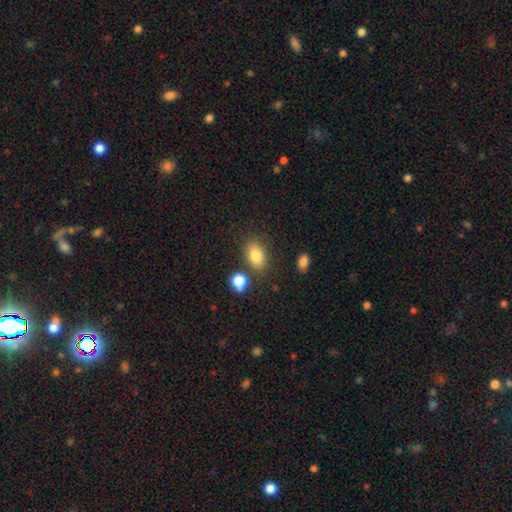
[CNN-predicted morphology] This appears to be a smooth galaxy with no disk features (81%) that is in between round and cigar-shaped (83%). Merging: none (76%).